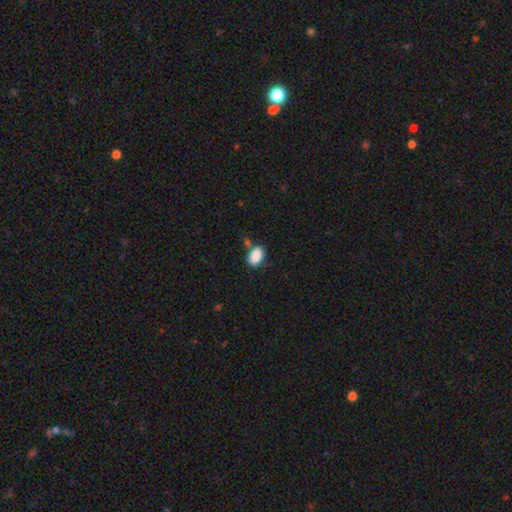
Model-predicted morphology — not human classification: This is clearly a smooth galaxy (89%). How rounded: clearly in between (91%). Merging: likely none (69%).